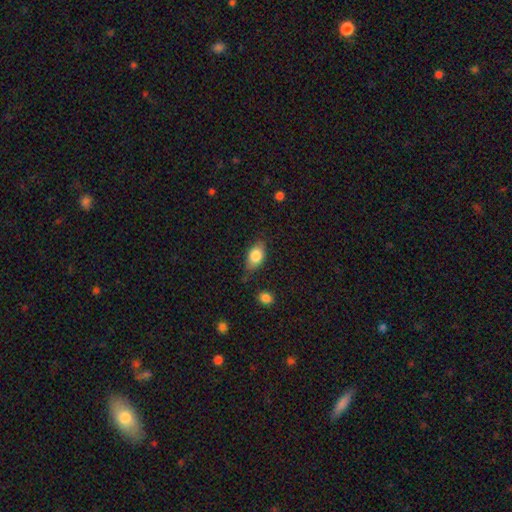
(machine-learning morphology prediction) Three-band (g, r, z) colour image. It shows a smooth galaxy with no disk features (81%) that is in between round and cigar-shaped (87%). Merging: none (74%).